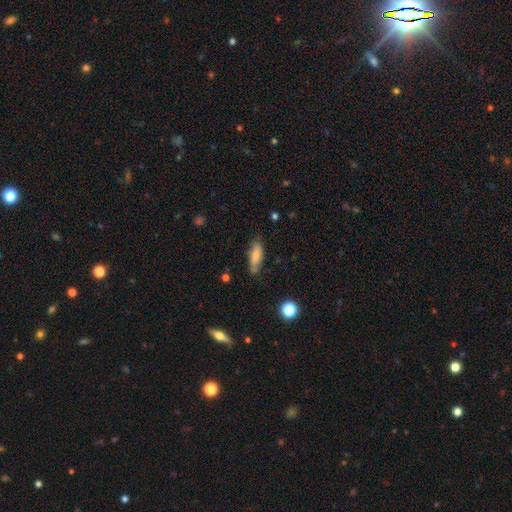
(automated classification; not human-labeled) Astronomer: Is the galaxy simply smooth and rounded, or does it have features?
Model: smooth — 75%.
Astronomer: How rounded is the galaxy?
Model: in between — 58% (runner-up: cigar-shaped, 40%).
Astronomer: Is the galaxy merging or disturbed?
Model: none — 69%.